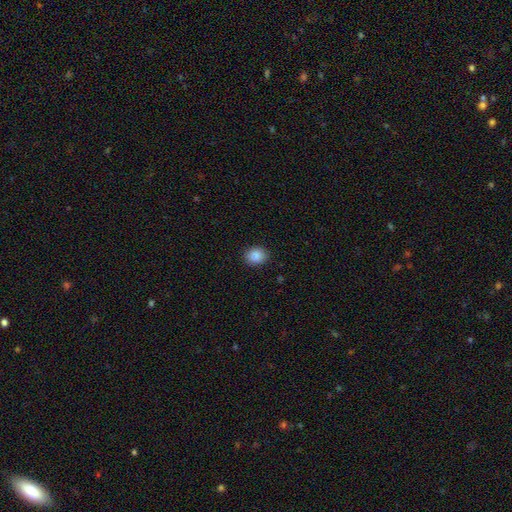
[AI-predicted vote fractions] The model was most divided on "how rounded": round: 52%, in between: 47%, cigar-shaped: 1%. More confident: merging — none (89%); smooth or featured — smooth (88%).